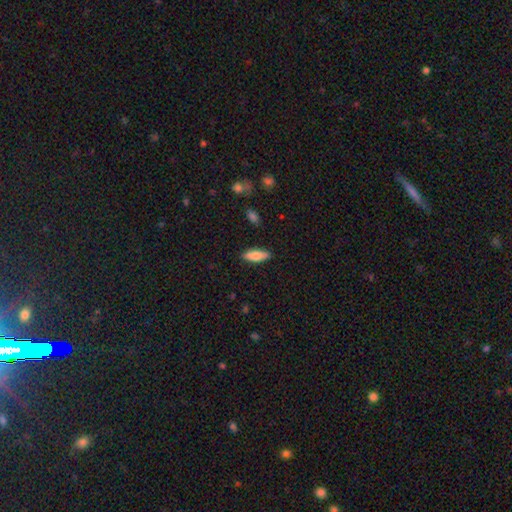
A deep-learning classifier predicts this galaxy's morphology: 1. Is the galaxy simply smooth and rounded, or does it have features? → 78% smooth, 17% featured or disk, 6% star or artifact.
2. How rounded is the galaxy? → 56% in between, 42% cigar-shaped, 2% round.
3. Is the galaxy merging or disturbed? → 88% none, 9% minor disturbance, 2% major disturbance, 1% merger.